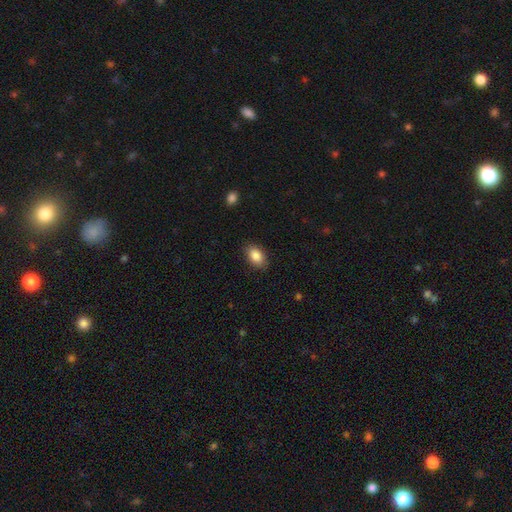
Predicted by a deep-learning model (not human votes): A smooth galaxy with no disk features (86%) that is in between round and cigar-shaped (88%).

Vote fractions:
- Smooth or featured? smooth: 86% / star or artifact: 8% / featured or disk: 6%
- How rounded? in between: 88% / round: 11% / cigar-shaped: 2%
- Merging? none: 86% / minor disturbance: 10% / major disturbance: 2% / merger: 1%